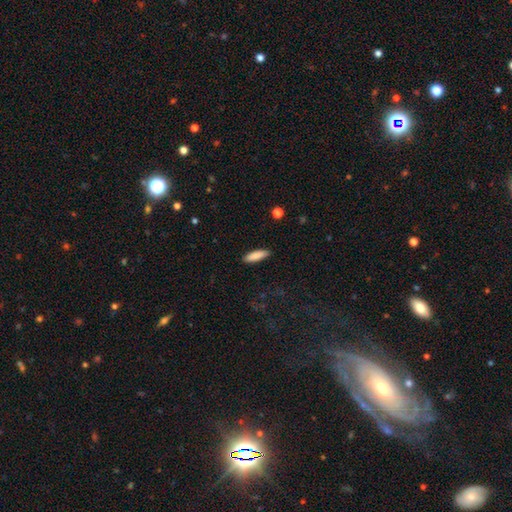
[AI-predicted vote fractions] Q: Smooth or featured?
A: smooth (86%); runner-up: featured or disk (8%)
Q: How rounded?
A: cigar-shaped (62%); runner-up: in between (36%)
Q: Merging?
A: none (88%); runner-up: minor disturbance (9%)